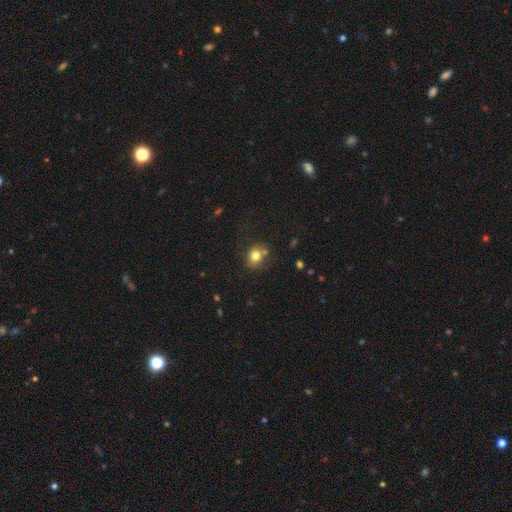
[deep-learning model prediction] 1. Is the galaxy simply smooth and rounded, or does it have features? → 79% smooth, 11% star or artifact, 10% featured or disk.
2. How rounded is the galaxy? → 65% round, 34% in between, 1% cigar-shaped.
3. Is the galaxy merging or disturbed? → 66% none, 17% minor disturbance, 11% merger, 6% major disturbance.